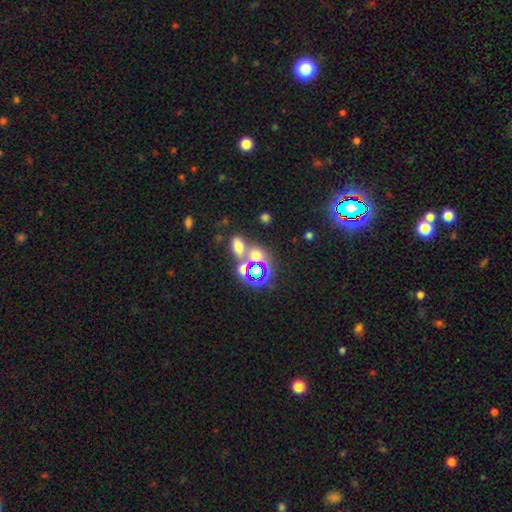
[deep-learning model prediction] Smooth or featured? smooth (50%)
Merging? none (48%)